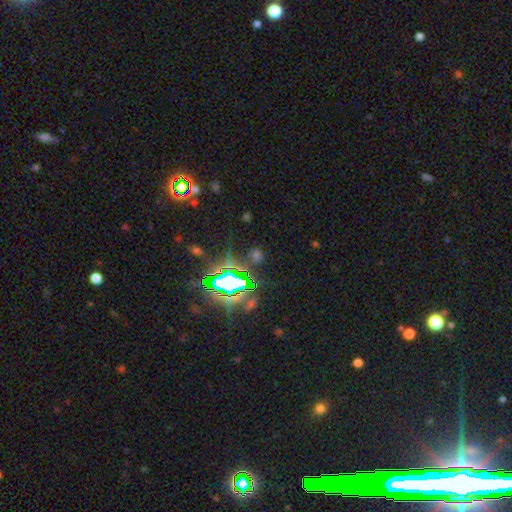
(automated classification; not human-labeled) A star or artifact, not a galaxy (73%).